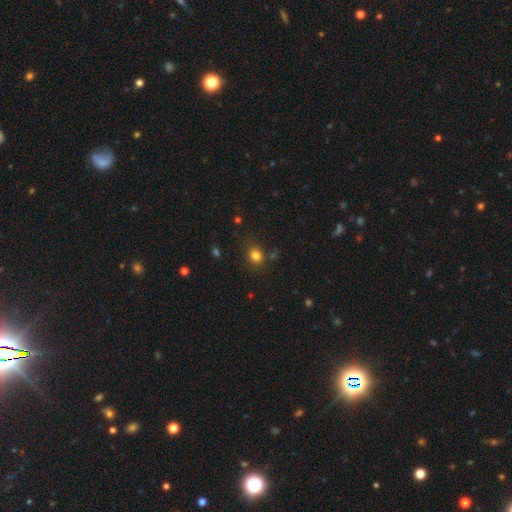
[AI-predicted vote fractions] smooth 80%, star or artifact 14%, featured or disk 6%. Down the decision tree: how rounded — round (65%); merging — none (75%).